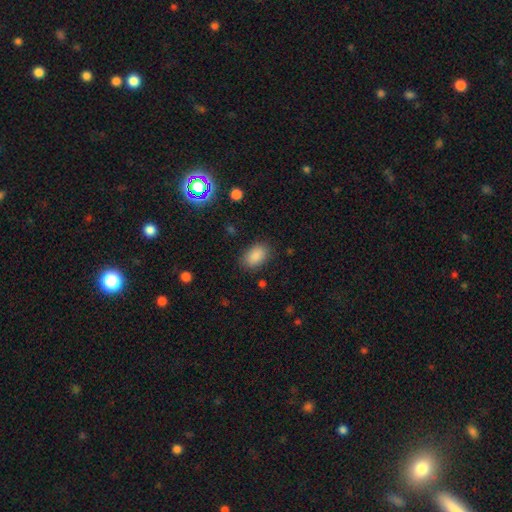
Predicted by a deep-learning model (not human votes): smooth_or_featured: smooth (p=0.87) [alt: star or artifact p=0.09]
how_rounded: in between (p=0.88) [alt: round p=0.11]
merging: none (p=0.84) [alt: minor disturbance p=0.11]